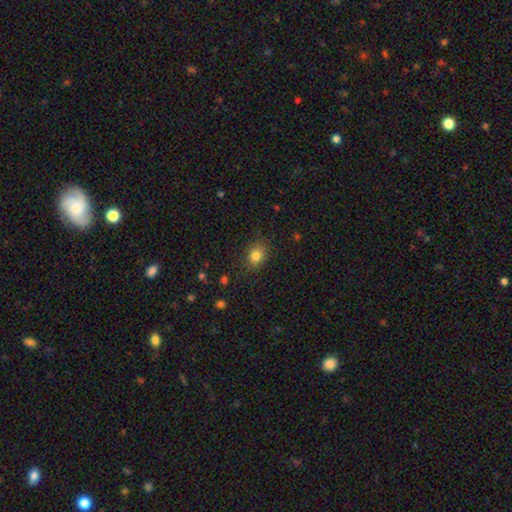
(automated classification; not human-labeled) This is clearly a smooth galaxy (81%). How rounded: possibly in between (54%). Merging: clearly none (83%).